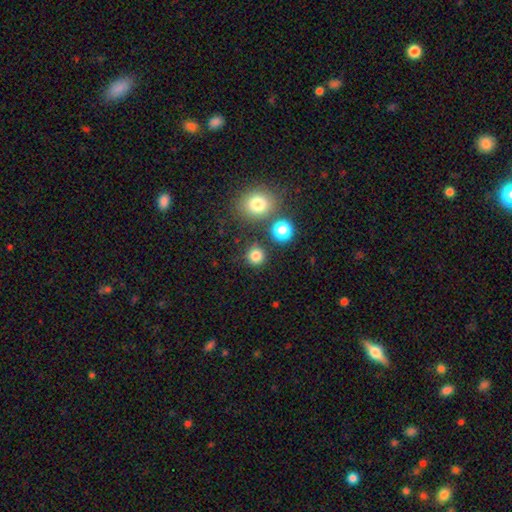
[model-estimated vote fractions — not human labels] Smooth or featured?
  - smooth: 81% *
  - star or artifact: 15%
  - featured or disk: 5%
How rounded?
  - round: 92% *
  - in between: 7%
  - cigar-shaped: 1%
Merging?
  - none: 83% *
  - minor disturbance: 8%
  - merger: 6%
  - major disturbance: 3%